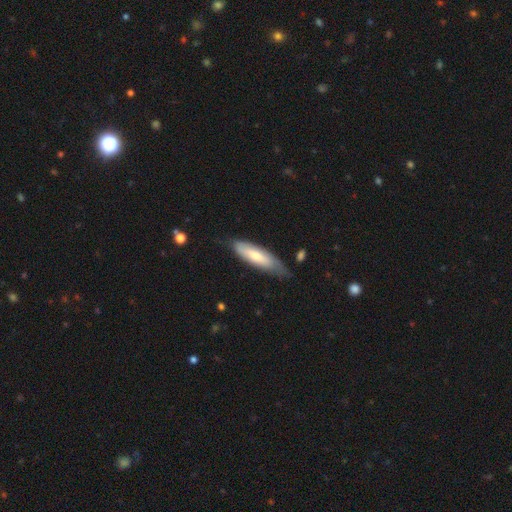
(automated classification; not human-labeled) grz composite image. It shows a smooth galaxy with no disk features (66%) that is cigar-shaped (56%). Merging: none (63%).